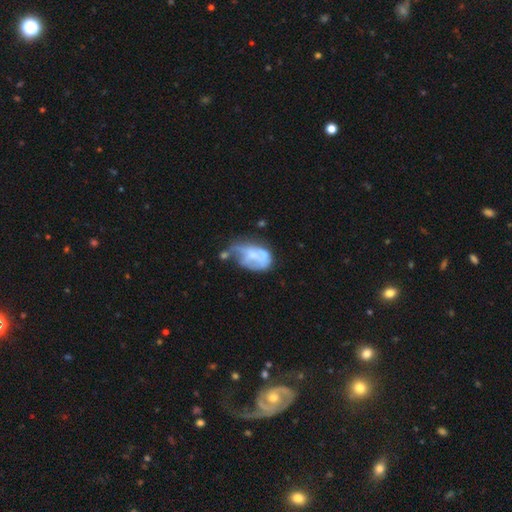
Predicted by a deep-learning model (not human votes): Smooth or featured? featured or disk (54%)
Edge-on disk? no (97%)
Bar? no (76%)
Spiral arms? no (65%)
Bulge size? none (34%)
Merging? major disturbance (38%)